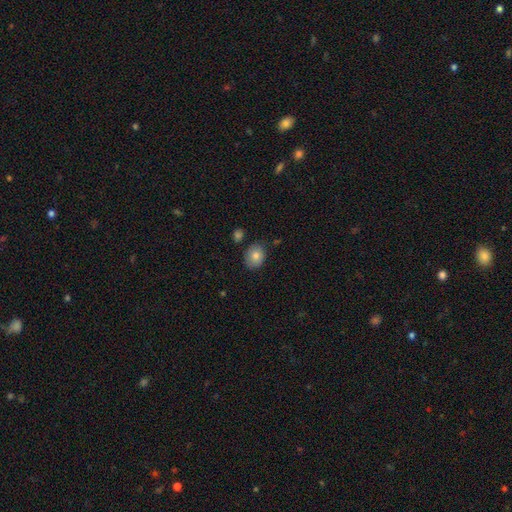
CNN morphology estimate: A smooth galaxy with no disk features (82%) that is in between round and cigar-shaped (51%).

Vote fractions:
- Smooth or featured? smooth: 82% / featured or disk: 10% / star or artifact: 8%
- How rounded? in between: 51% / round: 48% / cigar-shaped: 1%
- Merging? none: 78% / minor disturbance: 15% / merger: 4% / major disturbance: 3%